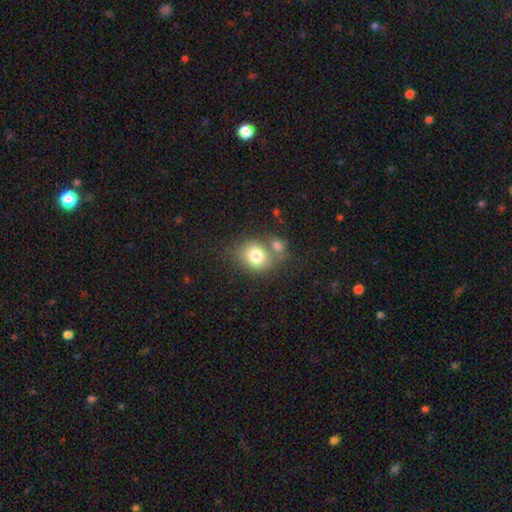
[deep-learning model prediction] Smooth or featured? Predicted: smooth (p=0.78). How rounded? Predicted: round (p=0.60). Merging? Predicted: none (p=0.48).